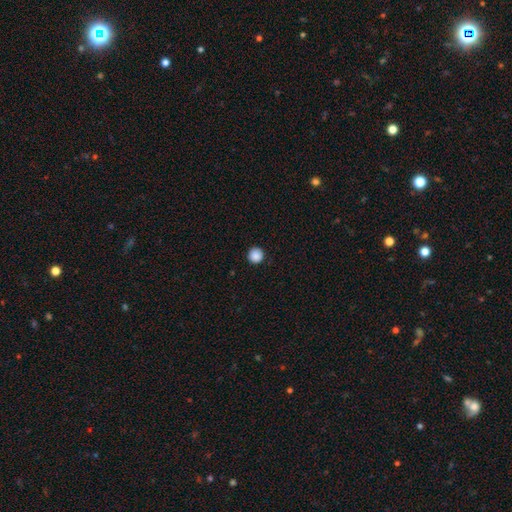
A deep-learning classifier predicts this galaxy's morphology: Overall: smooth (89%). How rounded: round (96%). Merging: none (93%).